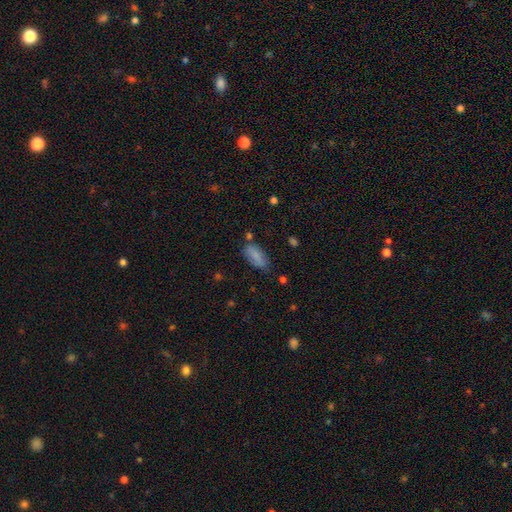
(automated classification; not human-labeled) smooth-or-featured: smooth: 85% | star or artifact: 8% | featured or disk: 8%
  how-rounded: in between: 82% | cigar-shaped: 16% | round: 2%
  merging: none: 71% | minor disturbance: 19% | merger: 5% | major disturbance: 5%